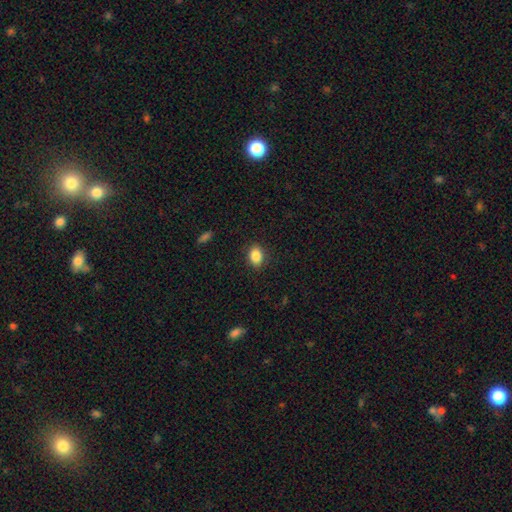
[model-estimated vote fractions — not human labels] A smooth galaxy with no disk features (87%) that is in between round and cigar-shaped (69%).

Vote fractions:
- Smooth or featured? smooth: 87% / star or artifact: 9% / featured or disk: 5%
- How rounded? in between: 69% / round: 30% / cigar-shaped: 1%
- Merging? none: 88% / minor disturbance: 8% / major disturbance: 2% / merger: 1%